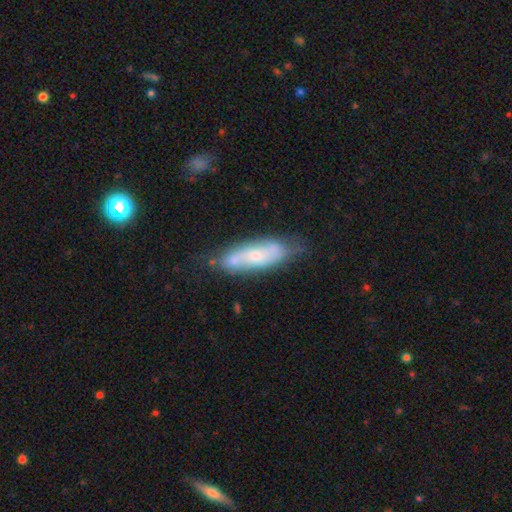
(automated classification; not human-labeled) A featured or disk galaxy (51%). Merging: none (59%).